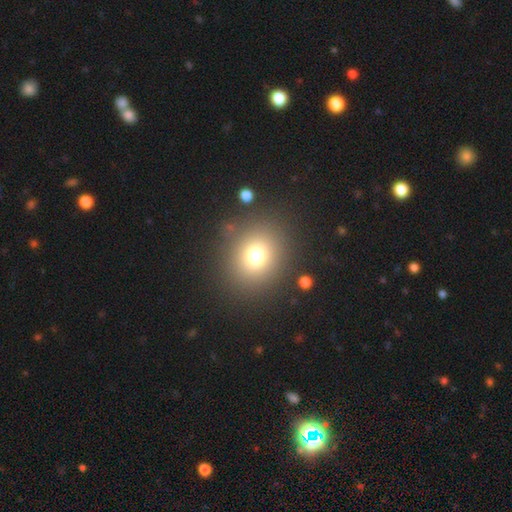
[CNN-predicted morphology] This is likely a smooth galaxy (74%). How rounded: likely round (78%). Merging: clearly none (85%).